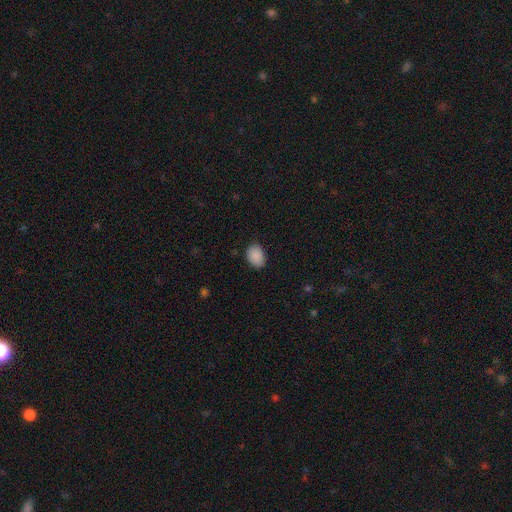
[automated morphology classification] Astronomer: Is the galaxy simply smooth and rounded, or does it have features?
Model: smooth — 90%.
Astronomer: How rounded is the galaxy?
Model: in between — 75%.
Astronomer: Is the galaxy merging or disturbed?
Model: none — 84%.